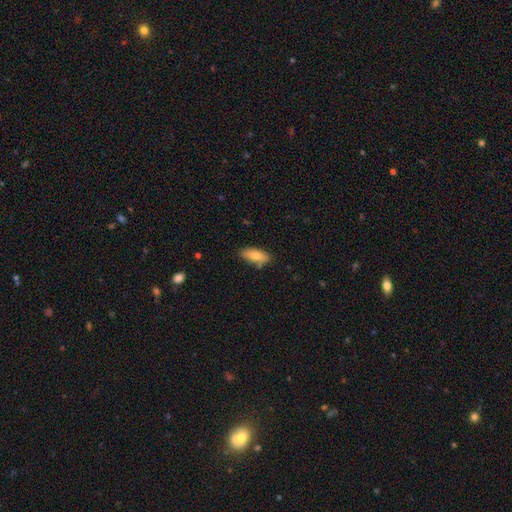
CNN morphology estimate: smooth 80%, featured or disk 14%, star or artifact 6%. Down the decision tree: how rounded — in between (79%); merging — none (79%).